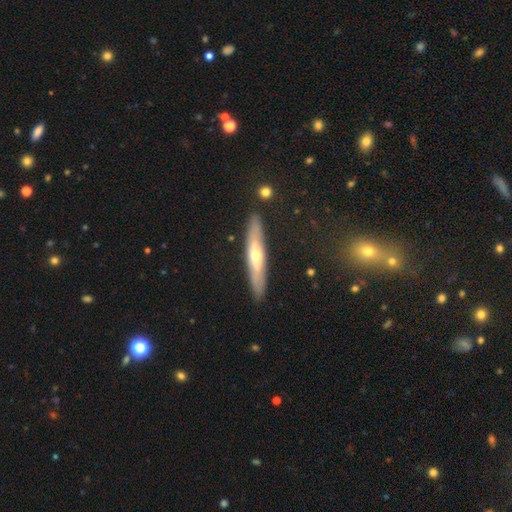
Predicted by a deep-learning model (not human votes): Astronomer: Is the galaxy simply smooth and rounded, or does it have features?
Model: featured or disk — 60%.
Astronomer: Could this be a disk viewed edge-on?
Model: yes — 80%.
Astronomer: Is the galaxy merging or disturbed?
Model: none — 88%.